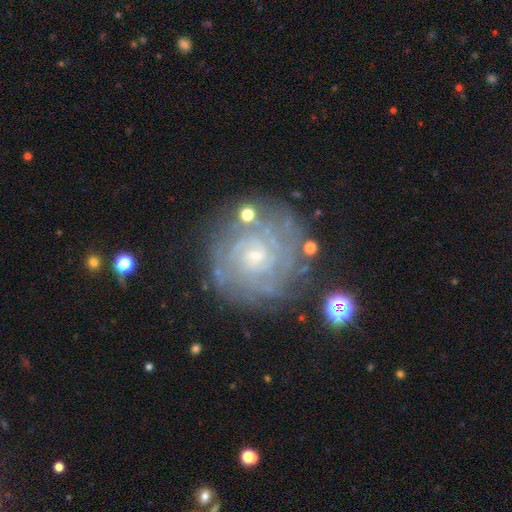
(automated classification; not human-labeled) Smooth or featured? Predicted: featured or disk (p=0.82). Edge-on disk? Predicted: no (p=0.98). Bar? Predicted: no (p=0.65). Spiral arms? Predicted: yes (p=0.93). Spiral winding? Predicted: tight (p=0.78). Spiral arm count? Predicted: can't tell (p=0.41). Bulge size? Predicted: small (p=0.69). Merging? Predicted: none (p=0.77).